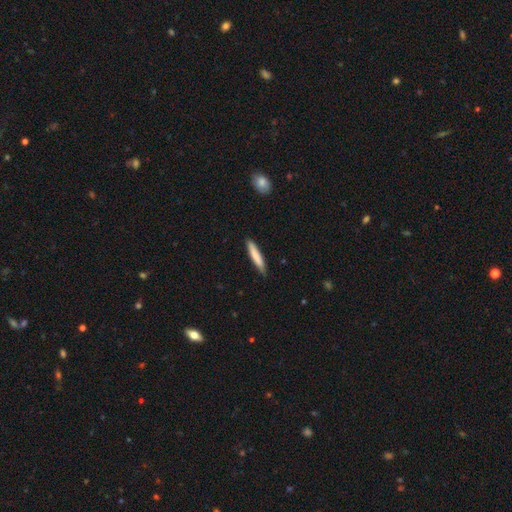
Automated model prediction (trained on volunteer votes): smooth_or_featured: smooth (p=0.79) [alt: featured or disk p=0.16]
how_rounded: cigar-shaped (p=0.92) [alt: in between p=0.07]
merging: none (p=0.86) [alt: minor disturbance p=0.11]